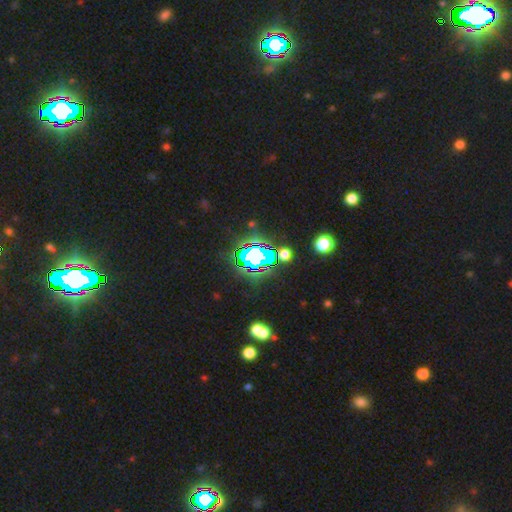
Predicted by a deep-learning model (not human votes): This appears to be a star or artifact, not a galaxy (68%).